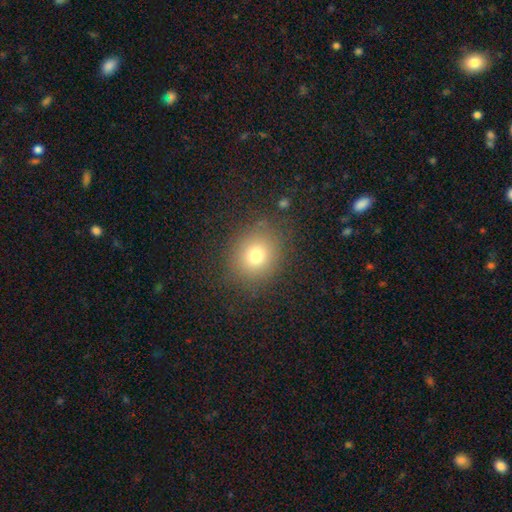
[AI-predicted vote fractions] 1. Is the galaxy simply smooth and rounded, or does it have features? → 75% smooth, 15% star or artifact, 11% featured or disk.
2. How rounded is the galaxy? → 73% round, 26% in between, 1% cigar-shaped.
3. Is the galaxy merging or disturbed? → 84% none, 10% minor disturbance, 5% major disturbance, 1% merger.